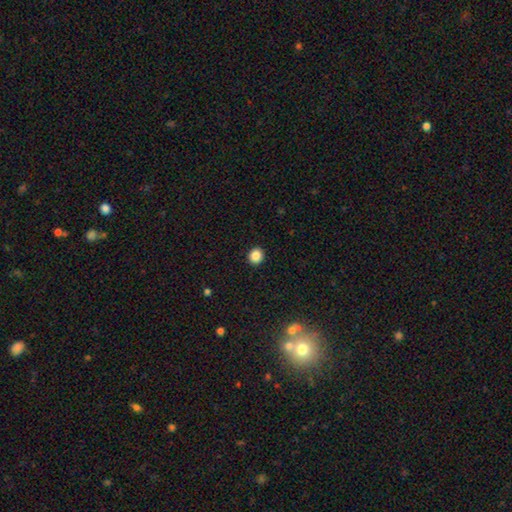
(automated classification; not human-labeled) A smooth galaxy with no disk features (87%) that is round (86%).

Vote fractions:
- Smooth or featured? smooth: 87% / star or artifact: 10% / featured or disk: 3%
- How rounded? round: 86% / in between: 13% / cigar-shaped: 1%
- Merging? none: 93% / minor disturbance: 4% / major disturbance: 2% / merger: 1%